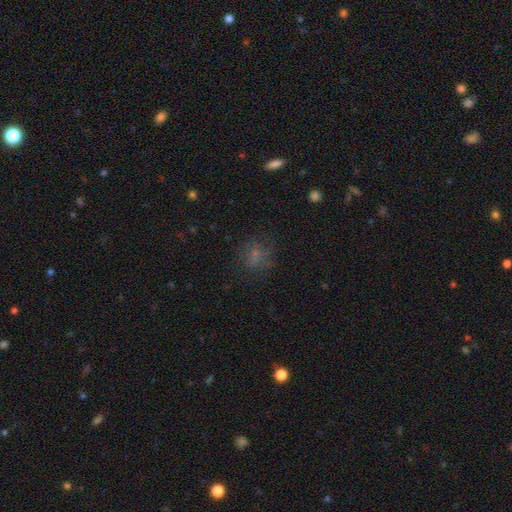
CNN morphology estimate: Q: Smooth or featured?
A: smooth (59%); runner-up: featured or disk (21%)
Q: How rounded?
A: round (68%); runner-up: in between (30%)
Q: Merging?
A: none (61%); runner-up: minor disturbance (20%)